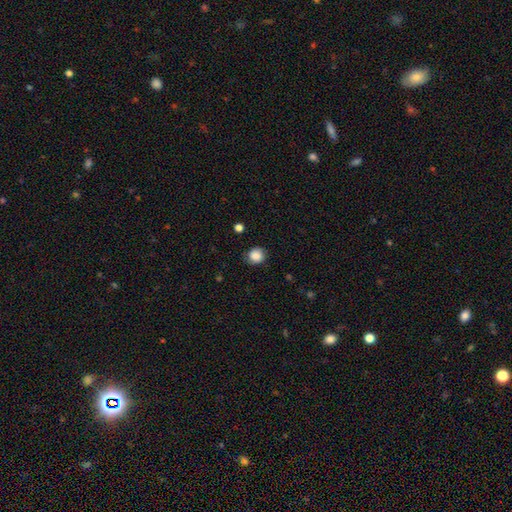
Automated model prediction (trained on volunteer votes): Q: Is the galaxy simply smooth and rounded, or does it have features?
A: smooth — 85%.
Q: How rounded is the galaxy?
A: round — 82%.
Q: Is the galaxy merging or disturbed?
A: none — 79%.